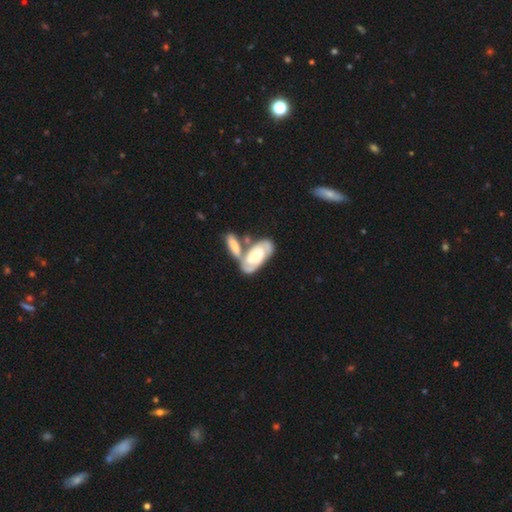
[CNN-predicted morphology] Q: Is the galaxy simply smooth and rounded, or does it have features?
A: featured or disk — 70%.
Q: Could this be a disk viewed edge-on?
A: no — 92%.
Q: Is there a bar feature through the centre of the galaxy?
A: no — 69%.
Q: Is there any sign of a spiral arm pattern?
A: yes — 88%.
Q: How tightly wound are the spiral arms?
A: tight — 66%.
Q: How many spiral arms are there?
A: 2 — 63%.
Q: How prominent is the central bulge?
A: small — 44%.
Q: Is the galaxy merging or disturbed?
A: merger — 47%.